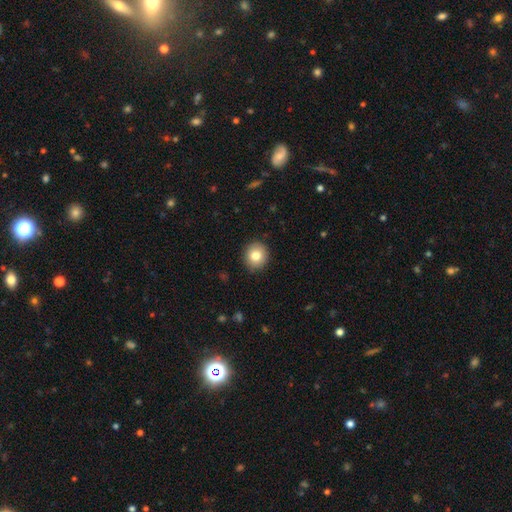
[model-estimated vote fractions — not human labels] smooth_or_featured: smooth (p=0.81) [alt: featured or disk p=0.10]
how_rounded: round (p=0.86) [alt: in between p=0.13]
merging: none (p=0.90) [alt: minor disturbance p=0.07]